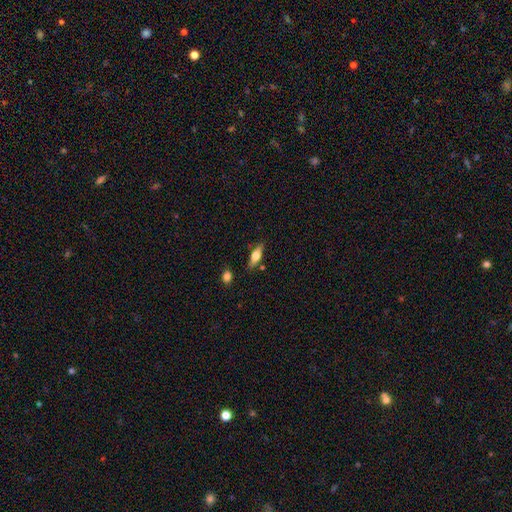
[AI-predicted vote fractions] smooth_or_featured: smooth (p=0.55) [alt: featured or disk p=0.38]
how_rounded: in between (p=0.57) [alt: cigar-shaped p=0.40]
merging: none (p=0.82) [alt: minor disturbance p=0.12]